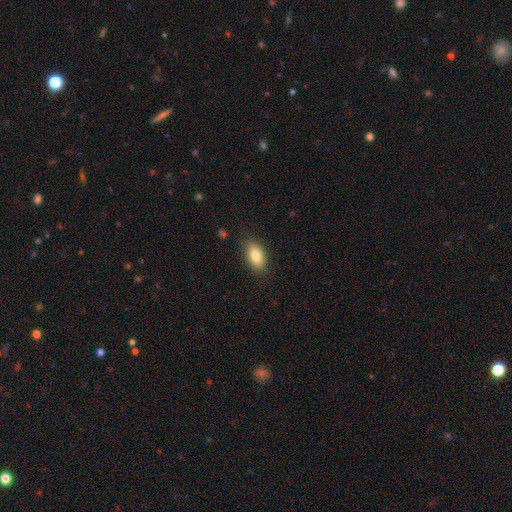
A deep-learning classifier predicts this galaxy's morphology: Overall: smooth (82%). How rounded: in between (89%). Merging: none (85%).